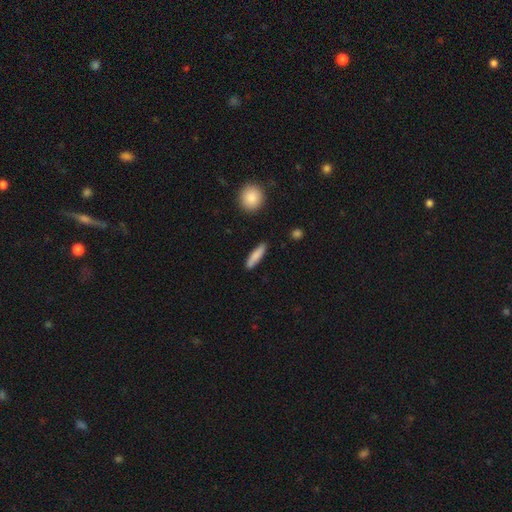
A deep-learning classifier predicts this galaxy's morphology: smooth_or_featured: smooth (p=0.82) [alt: featured or disk p=0.12]
how_rounded: cigar-shaped (p=0.77) [alt: in between p=0.21]
merging: none (p=0.86) [alt: minor disturbance p=0.10]